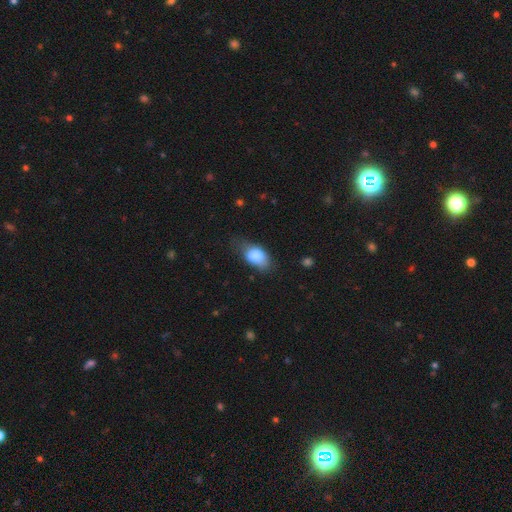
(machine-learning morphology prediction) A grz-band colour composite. It shows a smooth galaxy with no disk features (83%) that is in between round and cigar-shaped (89%). Merging: none (50%).